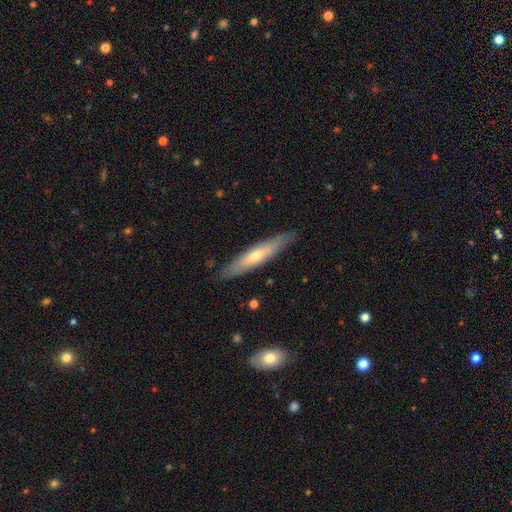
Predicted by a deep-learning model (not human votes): smooth-or-featured: featured or disk: 48% | smooth: 47% | star or artifact: 6%
  merging: none: 86% | minor disturbance: 10% | major disturbance: 2% | merger: 1%